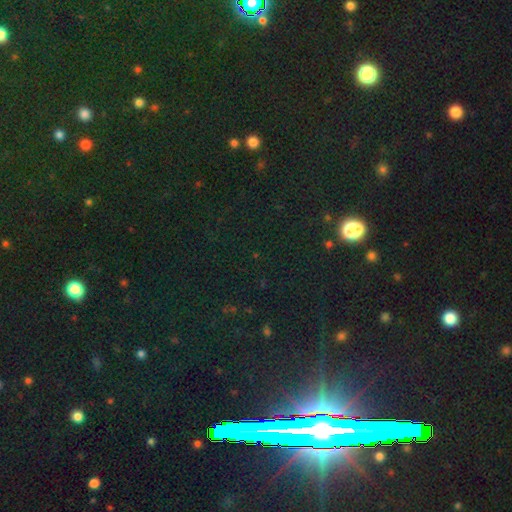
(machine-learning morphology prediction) Smooth or featured?
  - star or artifact: 83% *
  - smooth: 10%
  - featured or disk: 7%